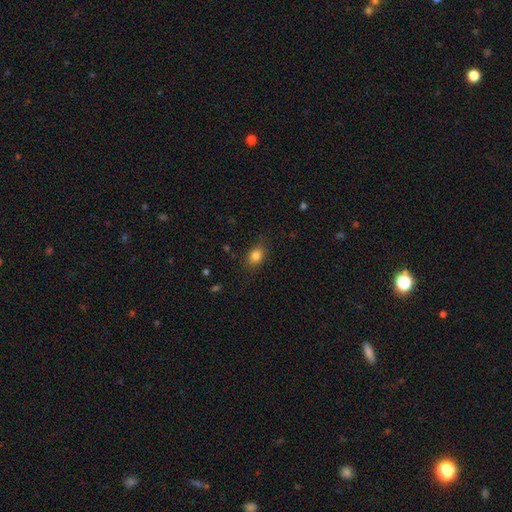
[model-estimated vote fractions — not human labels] smooth-or-featured: smooth: 84% | star or artifact: 10% | featured or disk: 6%
  how-rounded: in between: 71% | round: 27% | cigar-shaped: 2%
  merging: none: 82% | minor disturbance: 13% | major disturbance: 4% | merger: 1%